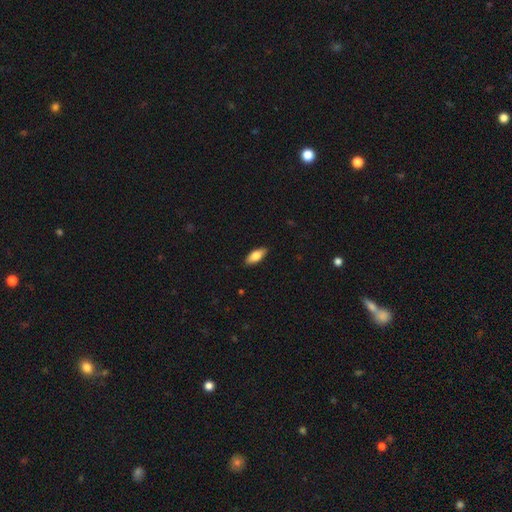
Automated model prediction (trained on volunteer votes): smooth_or_featured: smooth (p=0.75) [alt: featured or disk p=0.19]
how_rounded: in between (p=0.80) [alt: cigar-shaped p=0.17]
merging: none (p=0.88) [alt: minor disturbance p=0.09]